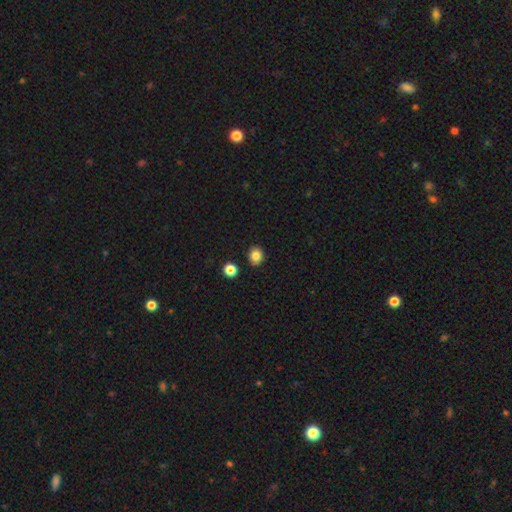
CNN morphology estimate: Smooth or featured: smooth — 84% (star or artifact — 11%)
How rounded: round — 77% (in between — 22%)
Merging: none — 87% (minor disturbance — 8%)